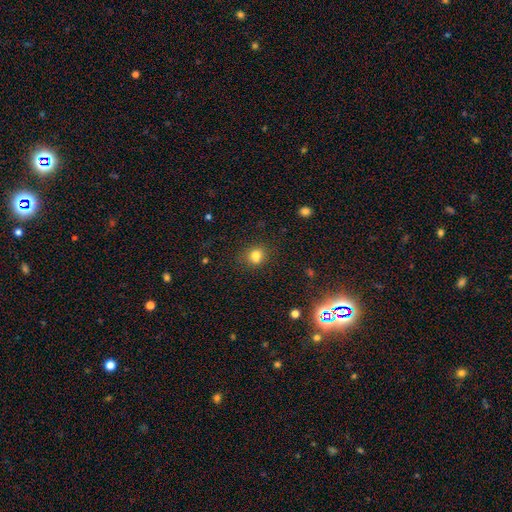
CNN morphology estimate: smooth-or-featured: smooth: 78% | star or artifact: 14% | featured or disk: 8%
  how-rounded: round: 73% | in between: 26% | cigar-shaped: 1%
  merging: none: 71% | minor disturbance: 14% | merger: 11% | major disturbance: 4%